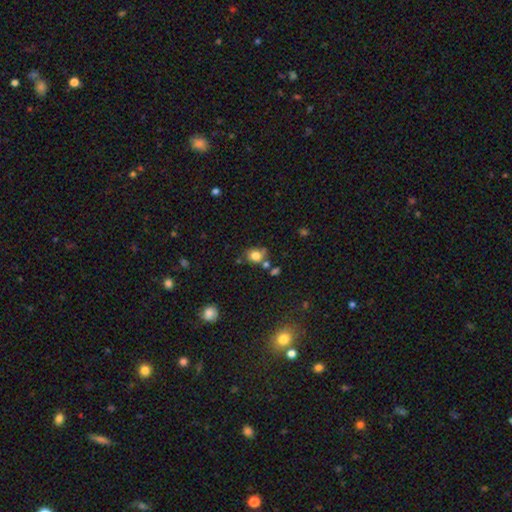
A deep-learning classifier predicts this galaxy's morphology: Smooth or featured: smooth — 79% (star or artifact — 12%)
How rounded: round — 59% (in between — 39%)
Merging: none — 59% (minor disturbance — 19%)